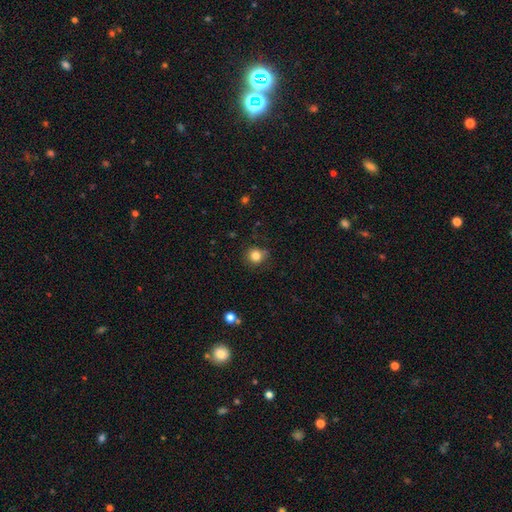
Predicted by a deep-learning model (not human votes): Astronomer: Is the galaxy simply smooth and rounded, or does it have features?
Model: smooth — 82%.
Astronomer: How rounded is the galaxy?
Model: round — 90%.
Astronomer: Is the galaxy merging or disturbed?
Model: none — 81%.